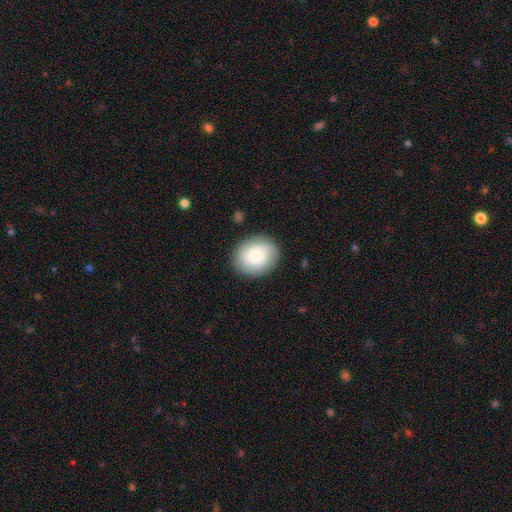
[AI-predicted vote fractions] Smooth or featured? Predicted: smooth (p=0.65). How rounded? Predicted: round (p=0.70). Merging? Predicted: none (p=0.86).